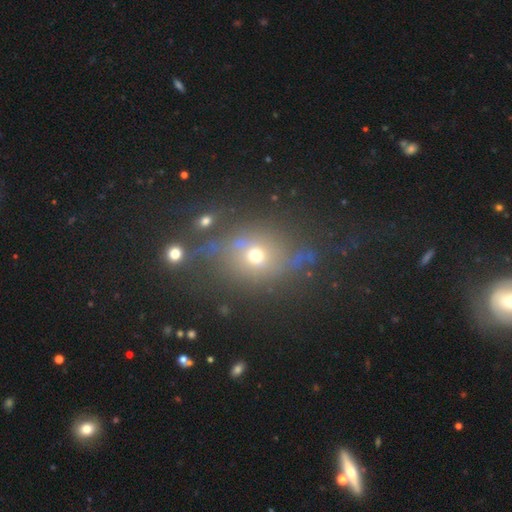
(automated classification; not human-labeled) Smooth or featured? Predicted: smooth (p=0.57). How rounded? Predicted: round (p=0.63). Merging? Predicted: none (p=0.62).